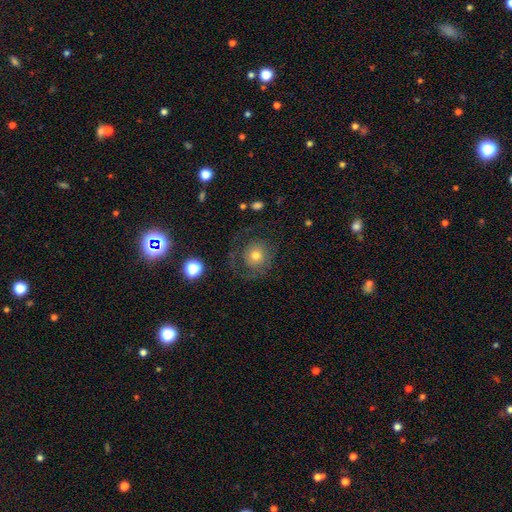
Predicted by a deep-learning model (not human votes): Q: Smooth or featured?
A: smooth (57%); runner-up: featured or disk (32%)
Q: How rounded?
A: round (88%); runner-up: in between (11%)
Q: Merging?
A: none (59%); runner-up: major disturbance (22%)